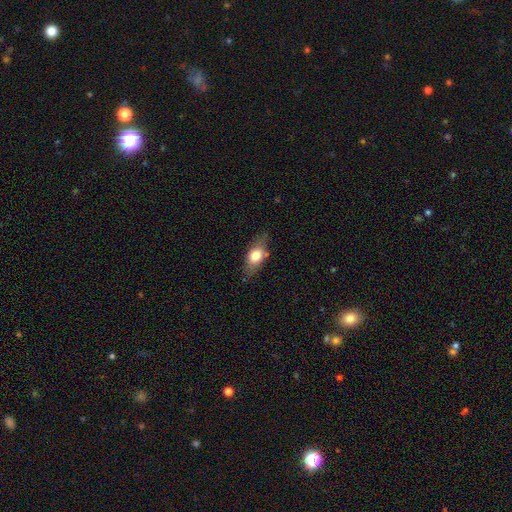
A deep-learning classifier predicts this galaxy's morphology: smooth-or-featured: smooth: 69% | featured or disk: 23% | star or artifact: 7%
  how-rounded: in between: 82% | cigar-shaped: 11% | round: 7%
  merging: none: 73% | minor disturbance: 20% | major disturbance: 5% | merger: 2%